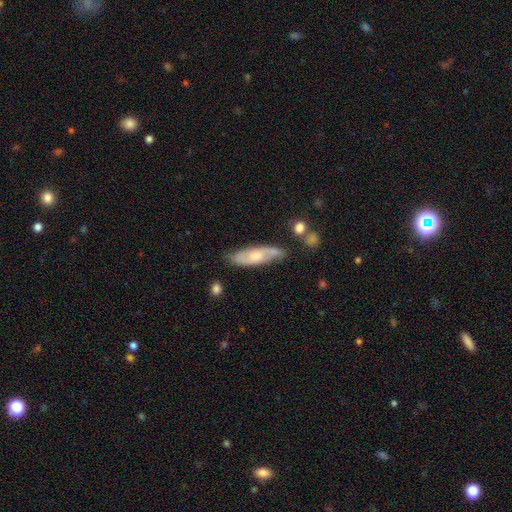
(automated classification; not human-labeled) Q: Smooth or featured?
A: featured or disk (55%); runner-up: smooth (39%)
Q: Edge-on disk?
A: no (74%); runner-up: yes (26%)
Q: Merging?
A: none (71%); runner-up: minor disturbance (20%)